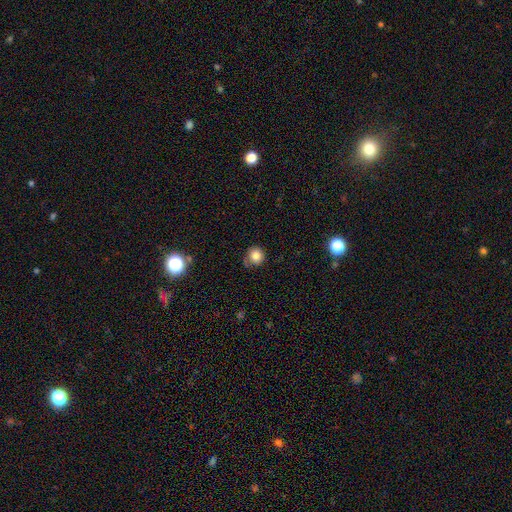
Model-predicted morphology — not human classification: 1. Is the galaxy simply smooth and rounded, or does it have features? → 82% smooth, 11% star or artifact, 7% featured or disk.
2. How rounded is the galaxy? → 91% round, 8% in between, 1% cigar-shaped.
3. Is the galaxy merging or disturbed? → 70% none, 20% minor disturbance, 6% major disturbance, 4% merger.